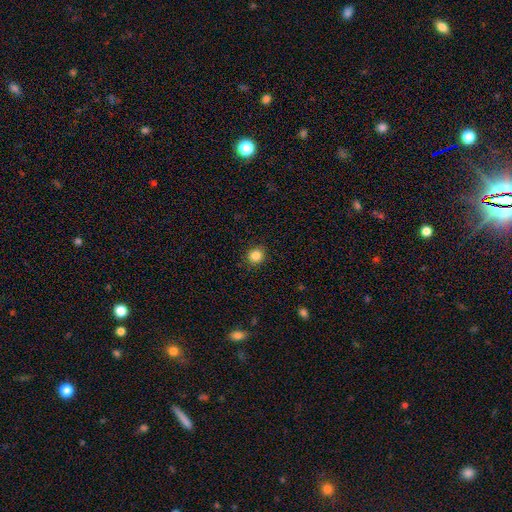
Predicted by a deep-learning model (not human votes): Smooth or featured?
  - smooth: 85% *
  - star or artifact: 11%
  - featured or disk: 4%
How rounded?
  - round: 89% *
  - in between: 10%
  - cigar-shaped: 1%
Merging?
  - none: 90% *
  - minor disturbance: 7%
  - major disturbance: 2%
  - merger: 1%